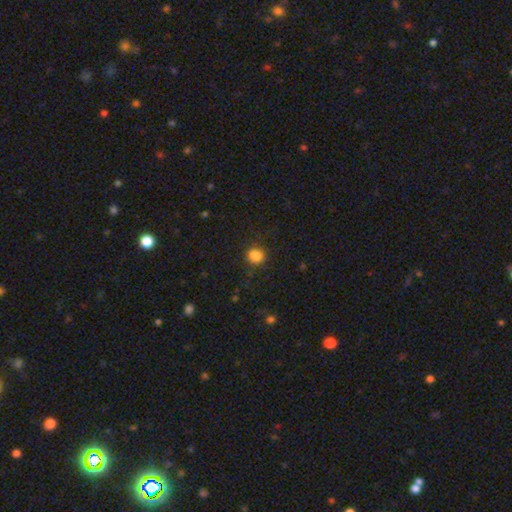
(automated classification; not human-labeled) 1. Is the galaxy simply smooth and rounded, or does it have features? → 83% smooth, 12% star or artifact, 5% featured or disk.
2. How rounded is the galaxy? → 70% round, 29% in between, 1% cigar-shaped.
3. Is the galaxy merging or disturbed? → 74% none, 16% minor disturbance, 5% major disturbance, 4% merger.